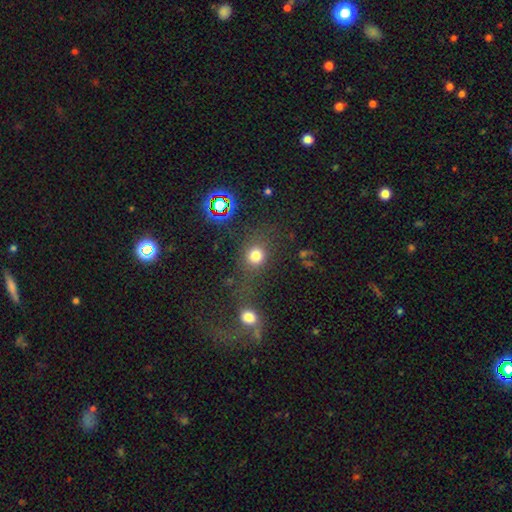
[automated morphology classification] This is likely a smooth galaxy (74%). How rounded: clearly round (81%). Merging: likely none (69%).